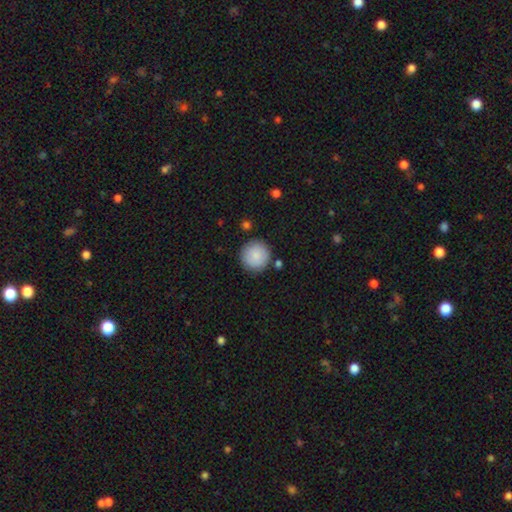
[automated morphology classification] smooth 88%, star or artifact 6%, featured or disk 6%. Down the decision tree: how rounded — round (96%); merging — none (86%).